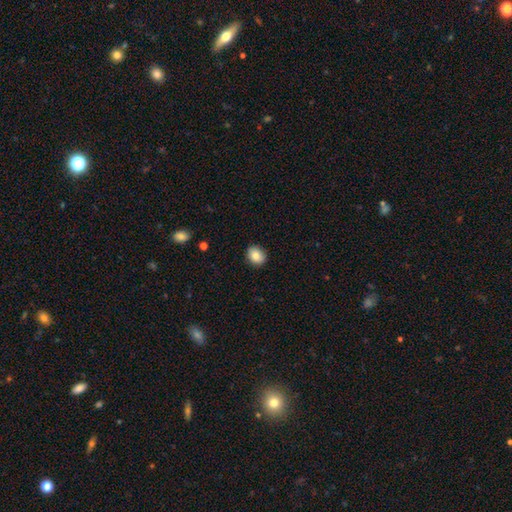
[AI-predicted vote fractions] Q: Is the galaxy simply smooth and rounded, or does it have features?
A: smooth — 83%.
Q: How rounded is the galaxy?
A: round — 59%.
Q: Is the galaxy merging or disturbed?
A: none — 89%.